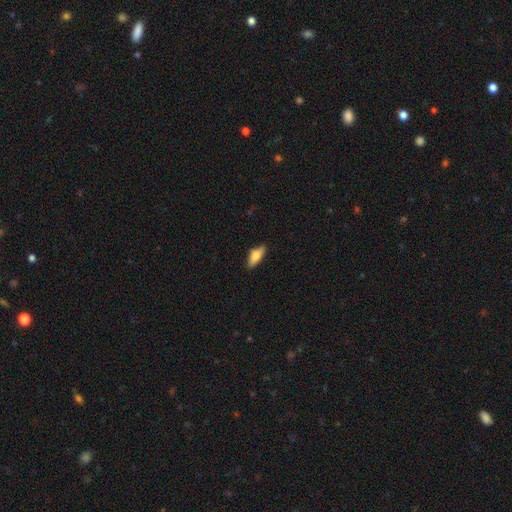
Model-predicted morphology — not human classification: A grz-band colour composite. It shows a smooth galaxy with no disk features (78%) that is in between round and cigar-shaped (70%). Merging: none (80%).